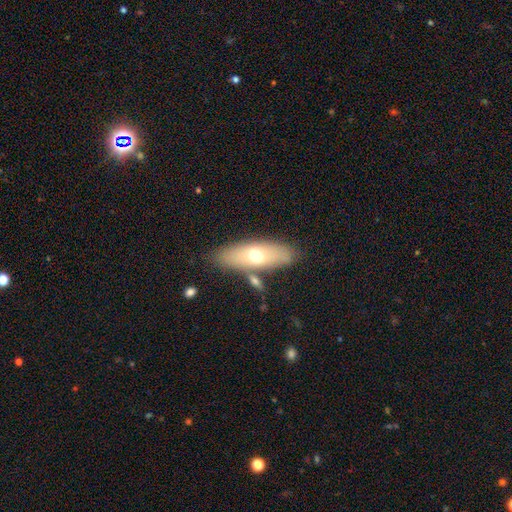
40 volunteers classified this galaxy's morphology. Volunteers were most divided on "smooth or featured": smooth: 62%, featured or disk: 35%, star or artifact: 2%. More confident: merging — none (85%); how rounded — in between (68%).